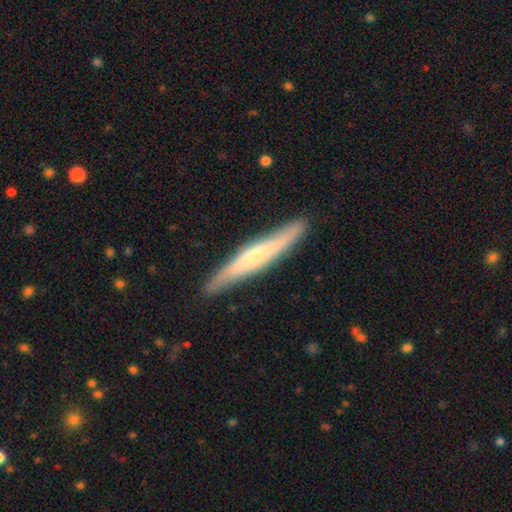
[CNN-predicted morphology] type=featured or disk (54%); edge-on=yes (88%); merging=none (87%).